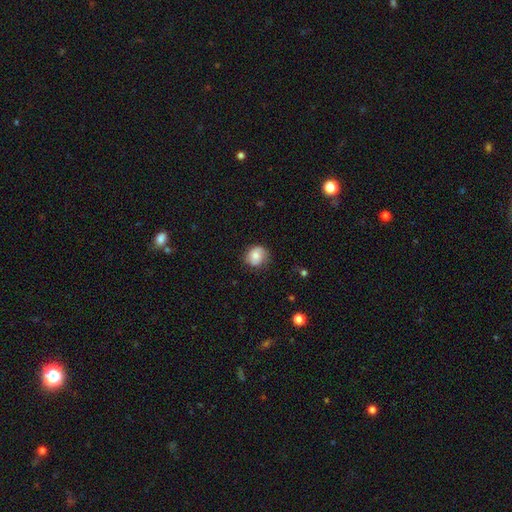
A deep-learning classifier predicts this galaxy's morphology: The model was most divided on "merging": none: 73%, minor disturbance: 21%, major disturbance: 5%, merger: 1%. More confident: how rounded — round (79%); smooth or featured — smooth (74%).